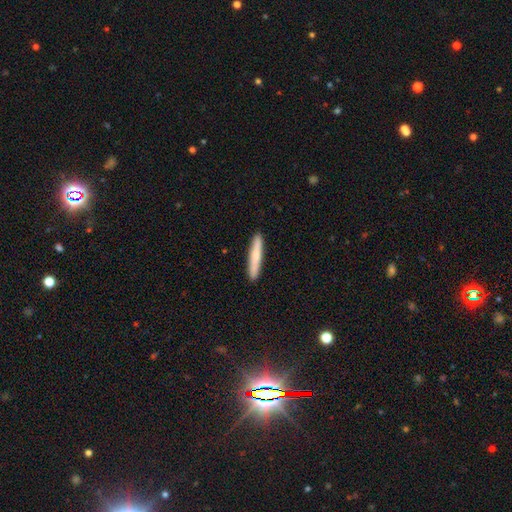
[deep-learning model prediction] Smooth or featured? smooth (73%)
How rounded? cigar-shaped (94%)
Merging? none (92%)